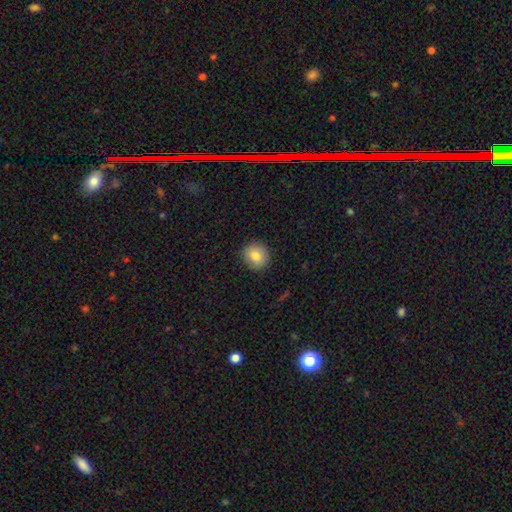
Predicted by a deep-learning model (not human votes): smooth_or_featured: smooth (p=0.82) [alt: star or artifact p=0.09]
how_rounded: round (p=0.87) [alt: in between p=0.12]
merging: none (p=0.90) [alt: minor disturbance p=0.07]